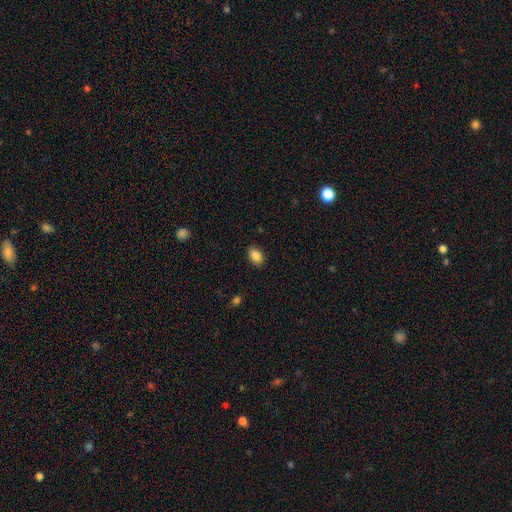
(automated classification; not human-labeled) The model was most divided on "how rounded": in between: 85%, round: 14%, cigar-shaped: 1%. More confident: merging — none (88%); smooth or featured — smooth (86%).